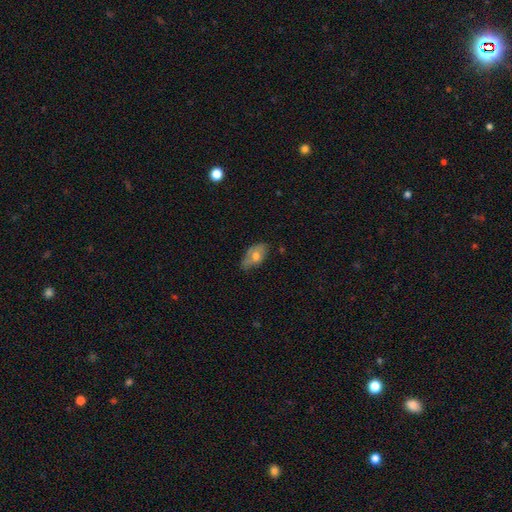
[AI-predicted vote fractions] Overall: smooth (62%; featured or disk 31%). How rounded: in between (91%). Merging: none (55%; minor disturbance 34%).